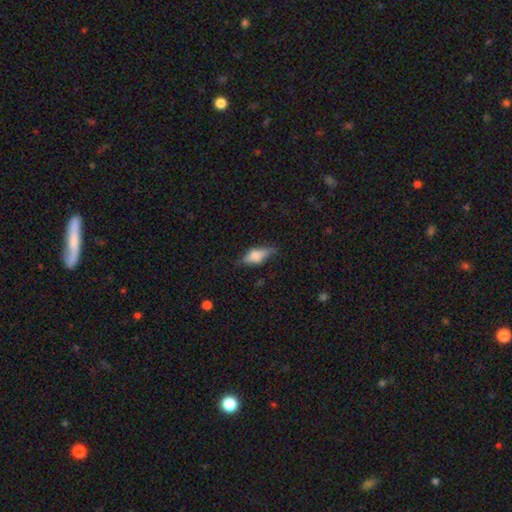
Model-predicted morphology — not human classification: Overall: smooth (57%; featured or disk 34%). How rounded: in between (69%). Merging: none (66%).